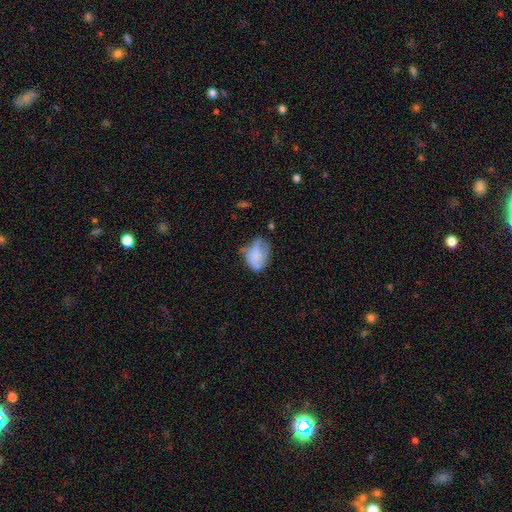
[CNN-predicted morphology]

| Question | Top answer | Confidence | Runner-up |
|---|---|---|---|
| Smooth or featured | smooth | 64% | featured or disk (27%) |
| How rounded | in between | 77% | round (22%) |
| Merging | none | 39% | minor disturbance (36%) |